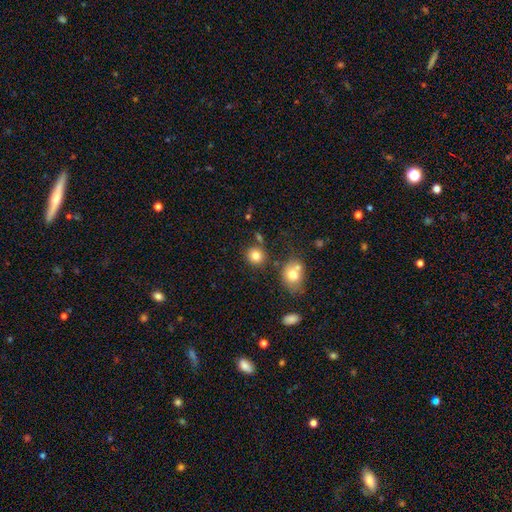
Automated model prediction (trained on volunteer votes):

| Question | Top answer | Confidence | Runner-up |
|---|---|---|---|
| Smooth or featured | smooth | 81% | star or artifact (11%) |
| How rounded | round | 86% | in between (13%) |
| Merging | none | 79% | minor disturbance (9%) |